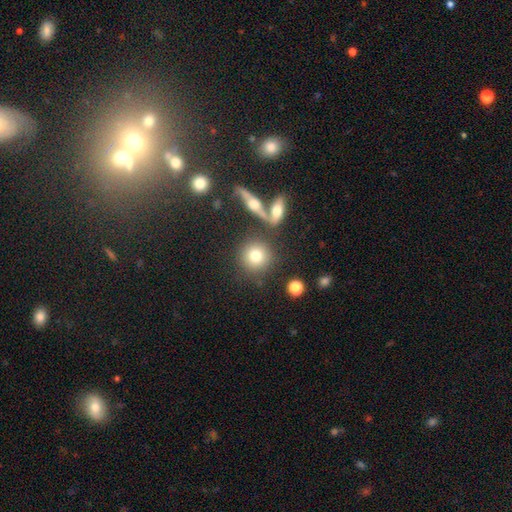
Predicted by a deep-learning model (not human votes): Smooth or featured? Predicted: smooth (p=0.76). How rounded? Predicted: round (p=0.89). Merging? Predicted: none (p=0.75).